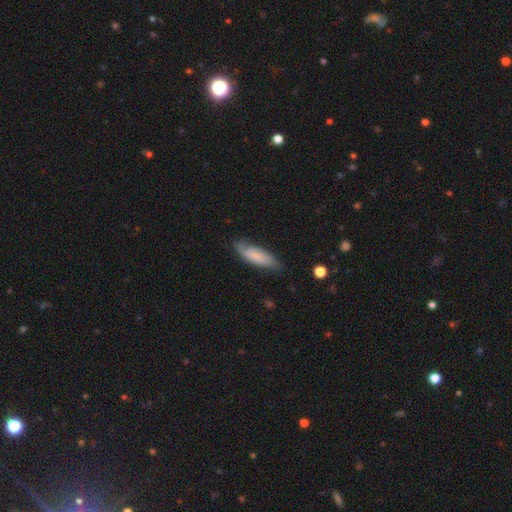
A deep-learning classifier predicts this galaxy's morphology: type=smooth (60%); roundness=in between (61%); merging=none (68%).